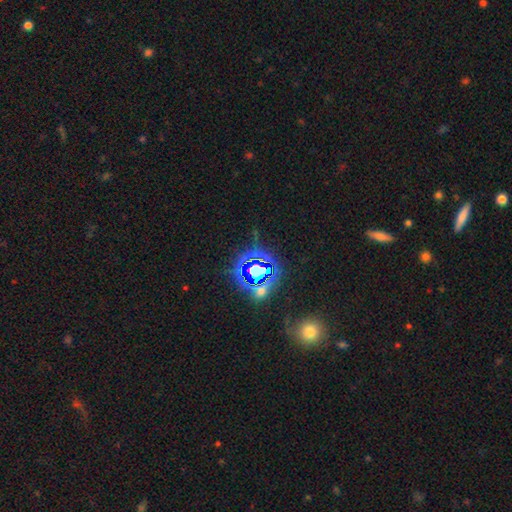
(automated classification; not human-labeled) Smooth or featured?
  - star or artifact: 77% *
  - smooth: 14%
  - featured or disk: 9%